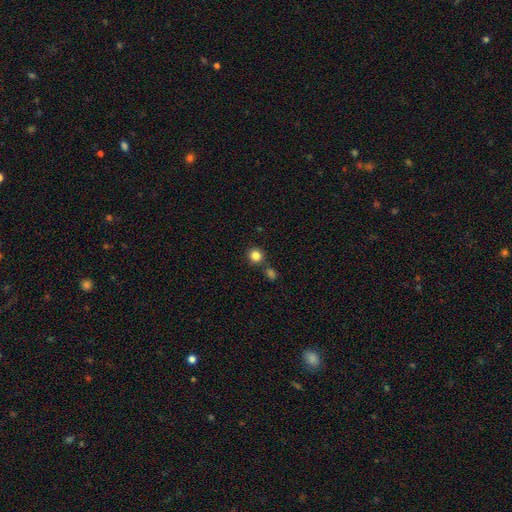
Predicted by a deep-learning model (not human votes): Q: Smooth or featured?
A: smooth (84%); runner-up: star or artifact (11%)
Q: How rounded?
A: round (92%); runner-up: in between (7%)
Q: Merging?
A: none (76%); runner-up: merger (13%)